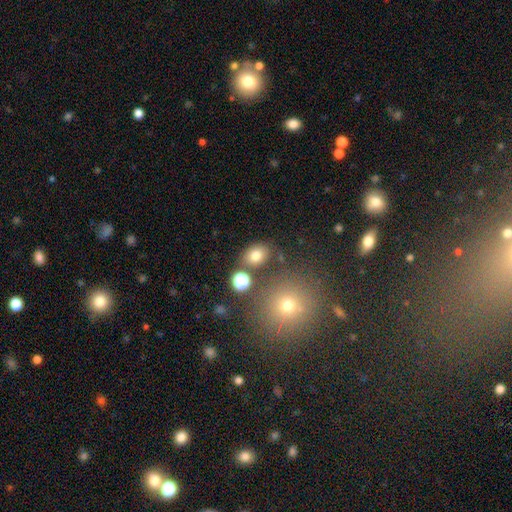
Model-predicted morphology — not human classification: Smooth or featured?
  - smooth: 76% *
  - star or artifact: 15%
  - featured or disk: 10%
How rounded?
  - in between: 60% *
  - round: 39%
  - cigar-shaped: 1%
Merging?
  - none: 77% *
  - minor disturbance: 11%
  - merger: 9%
  - major disturbance: 4%